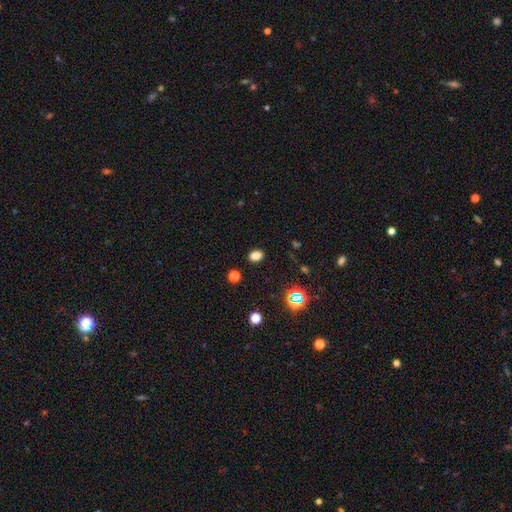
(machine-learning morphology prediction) Smooth or featured: smooth — 78% (star or artifact — 17%)
How rounded: in between — 72% (round — 26%)
Merging: none — 88% (minor disturbance — 8%)